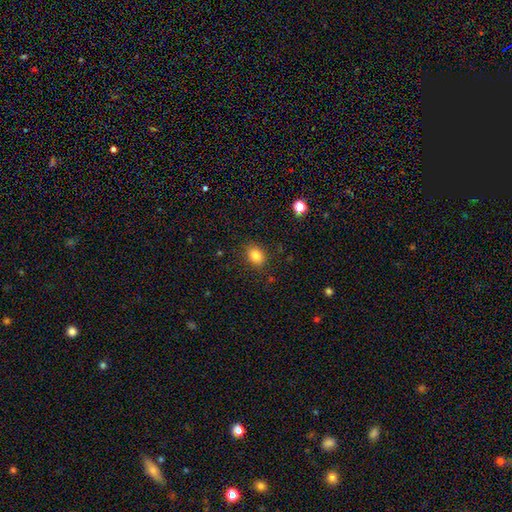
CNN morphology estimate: A smooth galaxy with no disk features (84%) that is in between round and cigar-shaped (63%). Merging: none (85%).